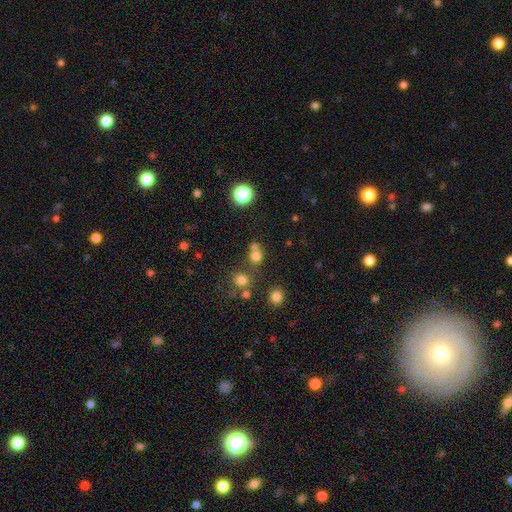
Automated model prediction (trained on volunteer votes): smooth-or-featured: smooth: 71% | star or artifact: 20% | featured or disk: 9%
  how-rounded: round: 82% | in between: 17% | cigar-shaped: 1%
  merging: none: 51% | merger: 36% | minor disturbance: 8% | major disturbance: 4%